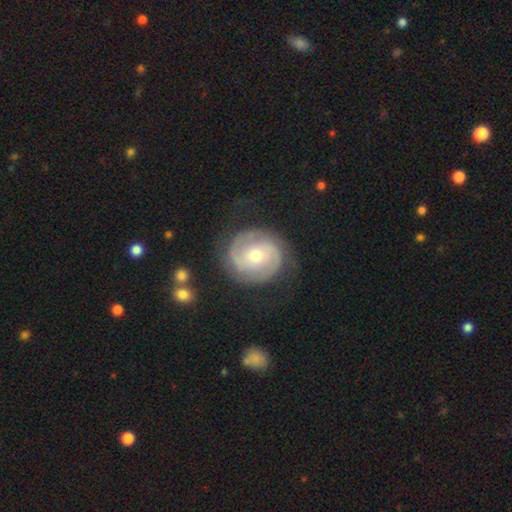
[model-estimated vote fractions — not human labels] The model was most divided on "bar": no: 55%, weak: 35%, strong: 10%. More confident: edge-on disk — no (98%); spiral arms — yes (93%); smooth or featured — featured or disk (82%); merging — none (81%); spiral arm count — 2 (70%); bulge size — moderate (62%); spiral winding — tight (60%).